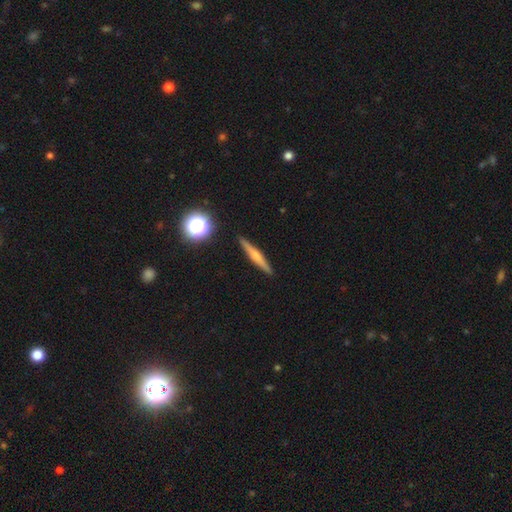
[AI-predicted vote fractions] Smooth or featured? featured or disk (56%)
Edge-on disk? yes (97%)
Edge-on bulge? rounded (76%)
Merging? none (91%)